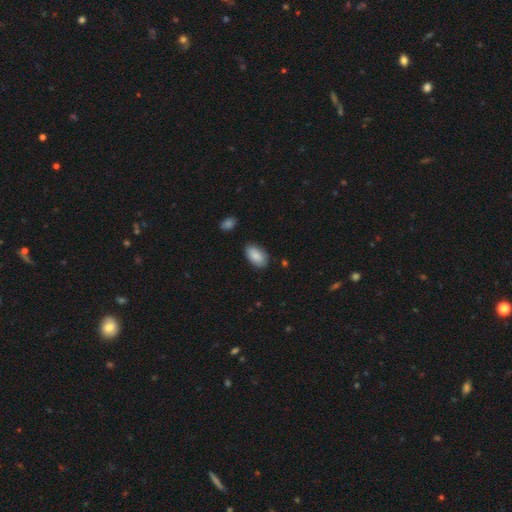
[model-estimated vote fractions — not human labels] Smooth or featured: smooth — 85% (featured or disk — 9%)
How rounded: in between — 94% (round — 4%)
Merging: none — 83% (minor disturbance — 13%)